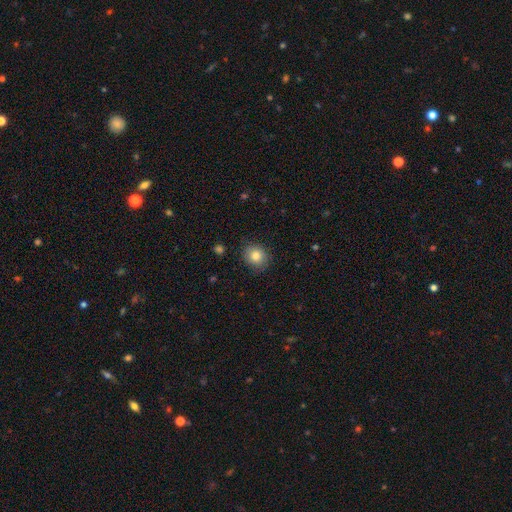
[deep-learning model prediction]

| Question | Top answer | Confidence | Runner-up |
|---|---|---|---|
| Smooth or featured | smooth | 83% | star or artifact (10%) |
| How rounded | round | 75% | in between (24%) |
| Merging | none | 85% | minor disturbance (12%) |